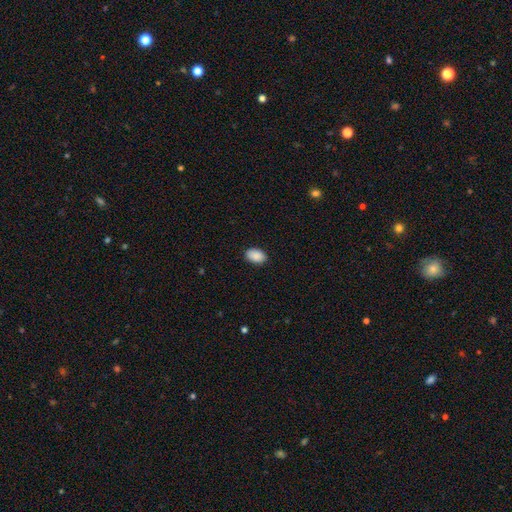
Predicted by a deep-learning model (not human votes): This is clearly a smooth galaxy (90%). How rounded: clearly in between (89%). Merging: clearly none (88%).